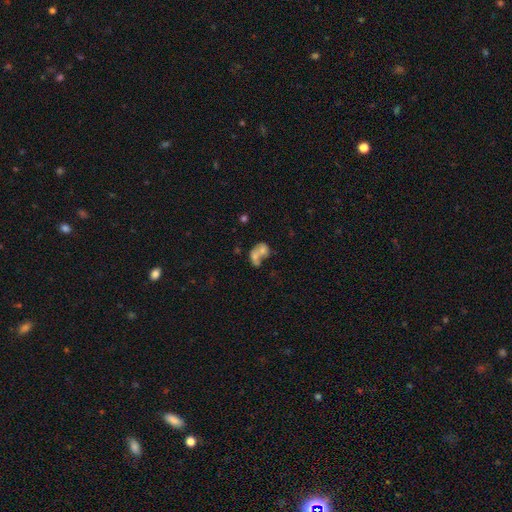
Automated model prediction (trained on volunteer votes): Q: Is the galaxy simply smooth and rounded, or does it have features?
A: smooth — 57%.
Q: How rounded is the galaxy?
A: in between — 61%.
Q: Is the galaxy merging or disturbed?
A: merger — 71%.